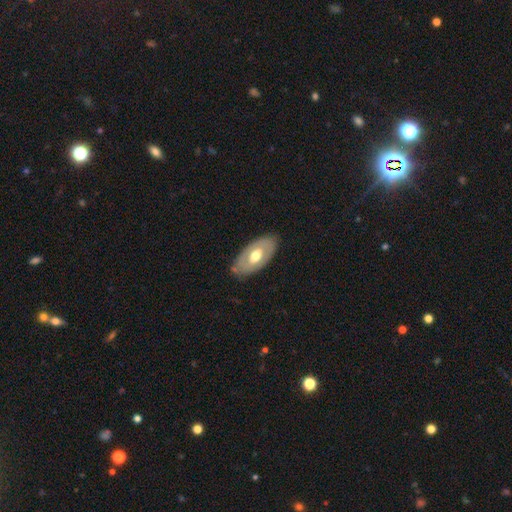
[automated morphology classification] type=featured or disk (52%); edge-on=no (85%); merging=none (79%).